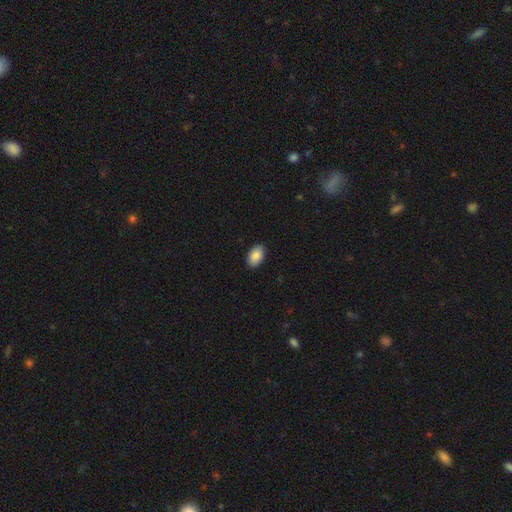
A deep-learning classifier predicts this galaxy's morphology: A smooth galaxy with no disk features (89%) that is in between round and cigar-shaped (93%). Merging: none (89%).